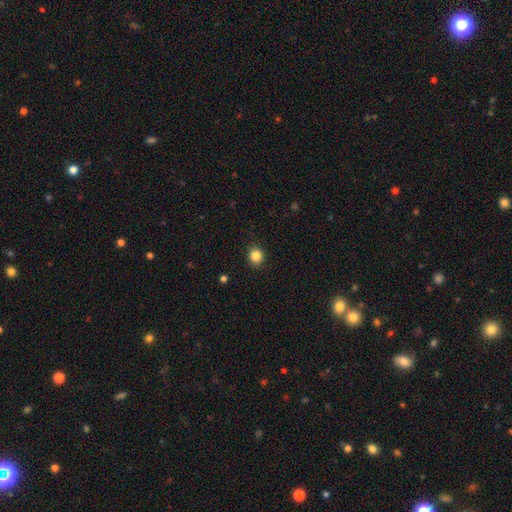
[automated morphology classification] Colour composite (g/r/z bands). It shows a smooth galaxy with no disk features (84%) that is round (86%). Merging: none (91%).